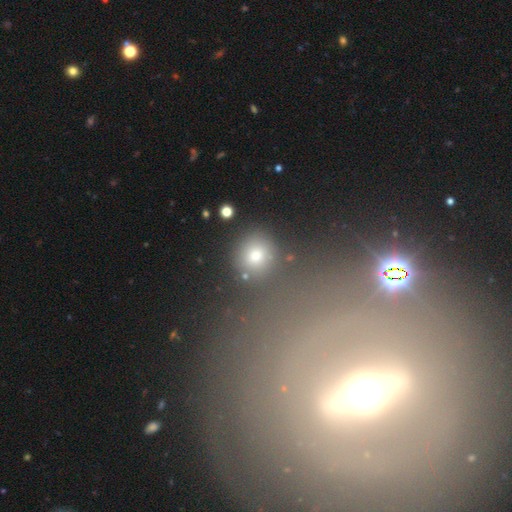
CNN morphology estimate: The model was most divided on "smooth or featured": smooth: 71%, star or artifact: 20%, featured or disk: 9%. More confident: how rounded — round (85%); merging — none (81%).